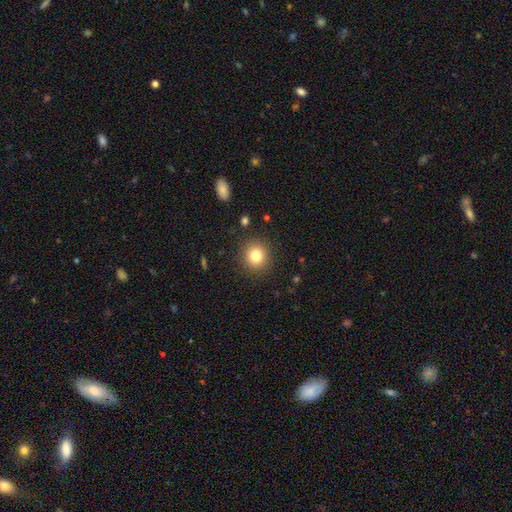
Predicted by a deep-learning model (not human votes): A smooth galaxy with no disk features (80%) that is round (90%).

Vote fractions:
- Smooth or featured? smooth: 80% / star or artifact: 12% / featured or disk: 8%
- How rounded? round: 90% / in between: 9% / cigar-shaped: 1%
- Merging? none: 89% / minor disturbance: 7% / major disturbance: 3% / merger: 1%